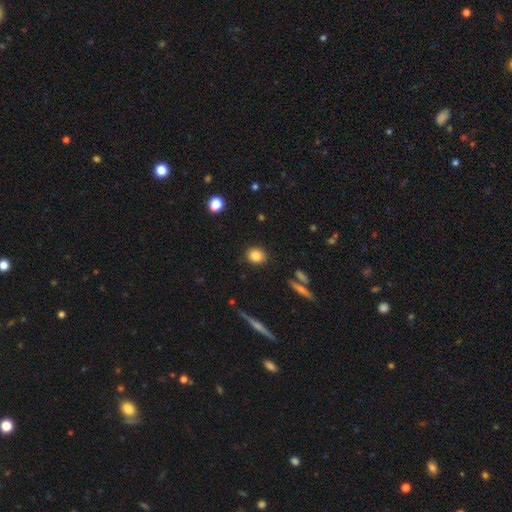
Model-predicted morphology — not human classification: smooth_or_featured: smooth (p=0.84) [alt: star or artifact p=0.10]
how_rounded: round (p=0.66) [alt: in between p=0.33]
merging: none (p=0.88) [alt: minor disturbance p=0.08]